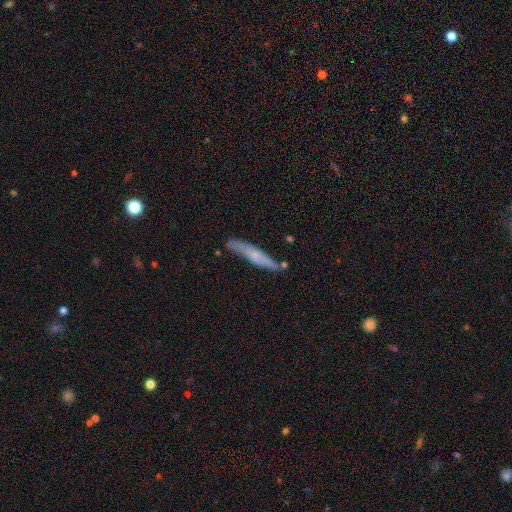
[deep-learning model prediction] Smooth or featured? Predicted: smooth (p=0.51). How rounded? Predicted: cigar-shaped (p=0.90). Merging? Predicted: none (p=0.72).